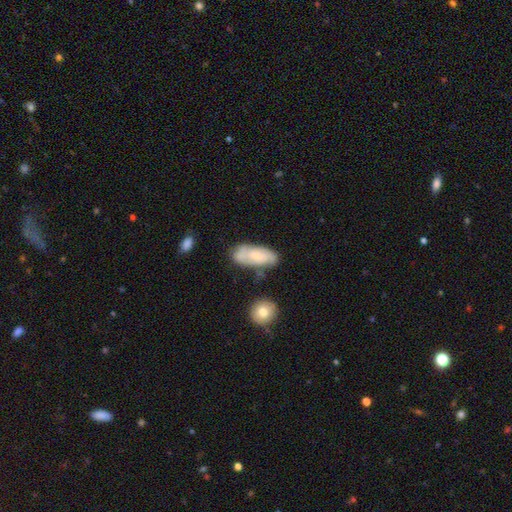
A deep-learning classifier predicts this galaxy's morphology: A smooth galaxy with no disk features (53%) that is in between round and cigar-shaped (80%).

Vote fractions:
- Smooth or featured? smooth: 53% / featured or disk: 40% / star or artifact: 7%
- How rounded? in between: 80% / cigar-shaped: 17% / round: 3%
- Merging? none: 58% / minor disturbance: 24% / merger: 10% / major disturbance: 8%